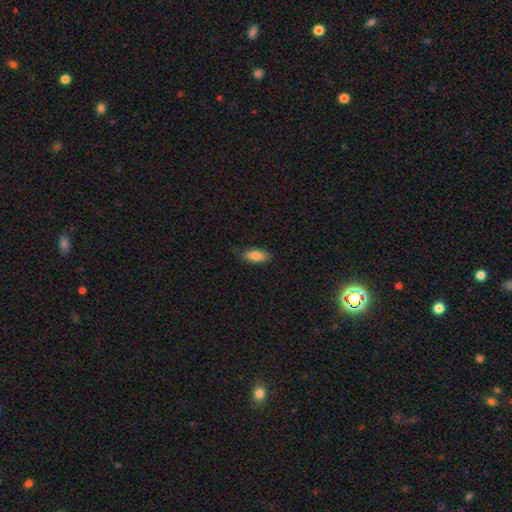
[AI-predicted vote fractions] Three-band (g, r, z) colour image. It shows a smooth galaxy with no disk features (83%) that is in between round and cigar-shaped (83%). Merging: none (84%).